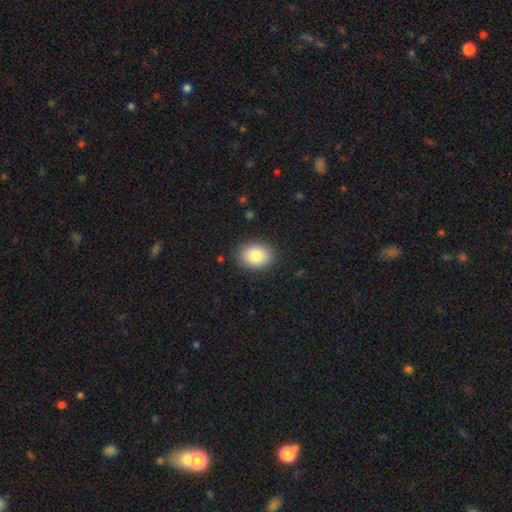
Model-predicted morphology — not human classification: Smooth or featured?
  - smooth: 83% *
  - star or artifact: 8%
  - featured or disk: 8%
How rounded?
  - in between: 50% *
  - round: 49%
  - cigar-shaped: 1%
Merging?
  - none: 88% *
  - minor disturbance: 9%
  - major disturbance: 2%
  - merger: 1%